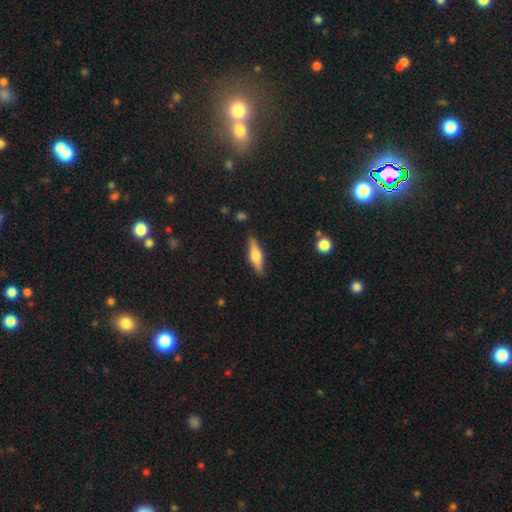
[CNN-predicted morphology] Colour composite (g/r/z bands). It shows a featured or disk galaxy (52%) viewed edge-on (95%). Merging: none (87%).